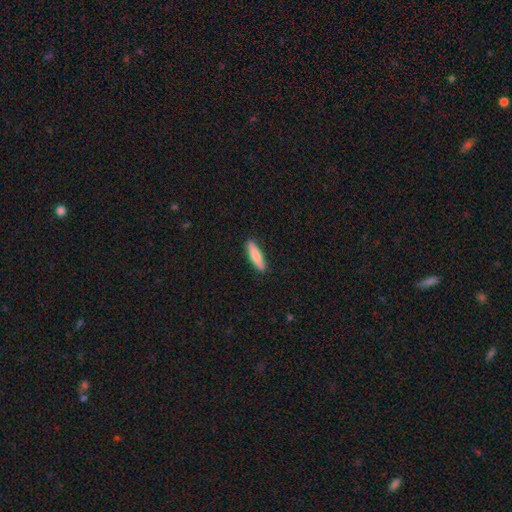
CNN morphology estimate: Smooth or featured: smooth — 81% (featured or disk — 14%)
How rounded: cigar-shaped — 72% (in between — 26%)
Merging: none — 89% (minor disturbance — 8%)